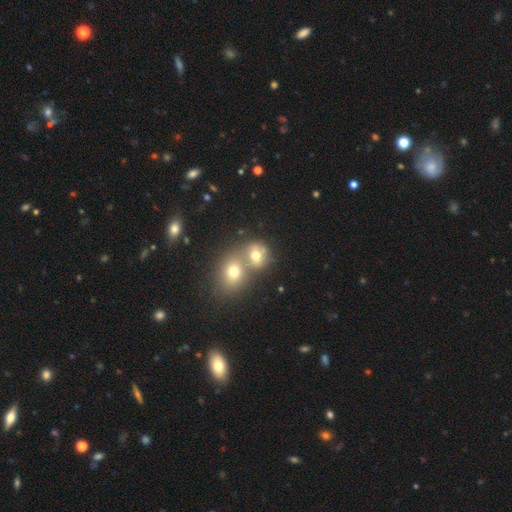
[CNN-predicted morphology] smooth-or-featured: smooth: 61% | star or artifact: 20% | featured or disk: 19%
  how-rounded: round: 63% | in between: 35% | cigar-shaped: 2%
  merging: merger: 57% | none: 33% | minor disturbance: 7% | major disturbance: 3%